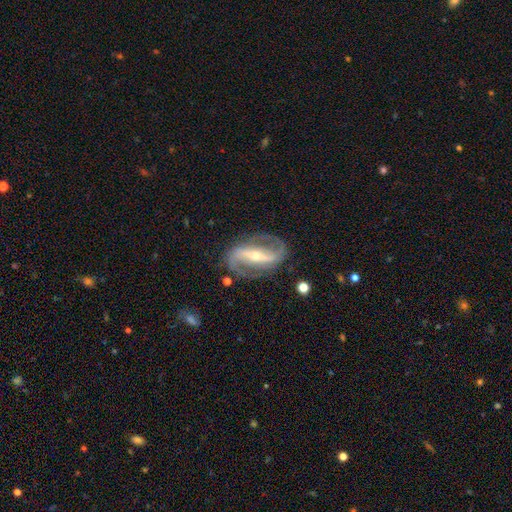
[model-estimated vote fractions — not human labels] The model was most divided on "spiral winding": medium: 47%, loose: 31%, tight: 22%. More confident: spiral arms — yes (95%); edge-on disk — no (94%); spiral arm count — 2 (92%); smooth or featured — featured or disk (90%); merging — none (81%); bar — strong (74%); bulge size — small (59%).